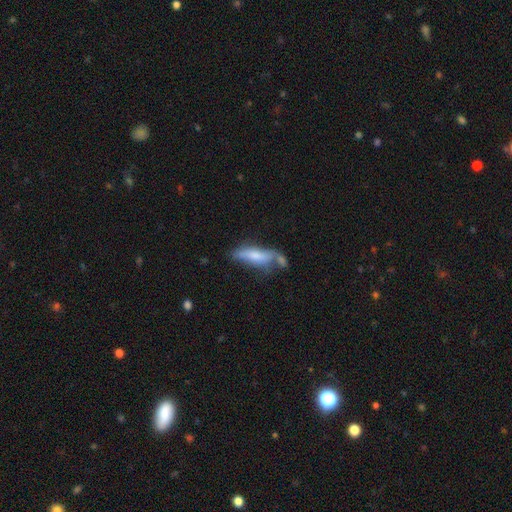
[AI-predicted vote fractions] Smooth or featured? smooth (62%)
How rounded? cigar-shaped (59%)
Merging? none (41%)